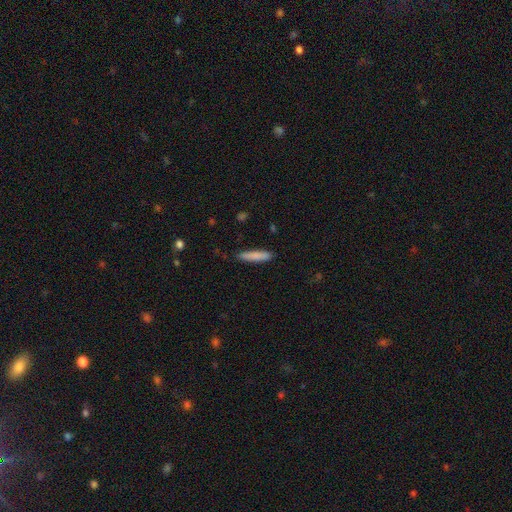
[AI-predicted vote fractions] smooth_or_featured: smooth (p=0.84) [alt: featured or disk p=0.10]
how_rounded: cigar-shaped (p=0.88) [alt: in between p=0.11]
merging: none (p=0.88) [alt: minor disturbance p=0.09]